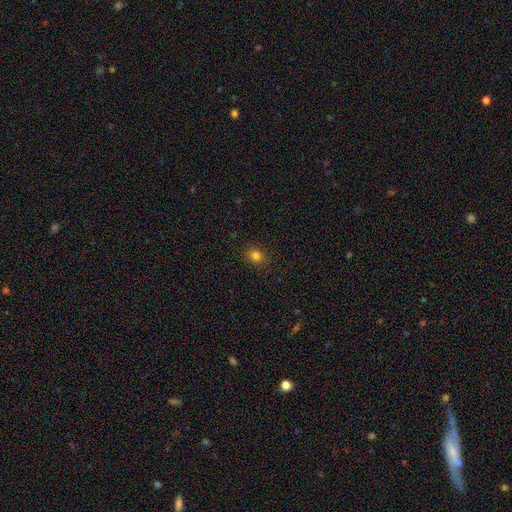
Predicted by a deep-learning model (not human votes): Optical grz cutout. It shows a smooth galaxy with no disk features (80%) that is round (72%). Merging: none (89%).